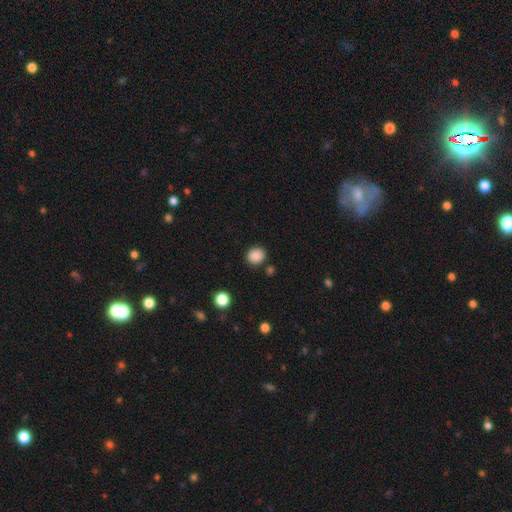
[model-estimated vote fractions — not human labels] Morphology: type=smooth (87%); roundness=round (78%); merging=none (87%).